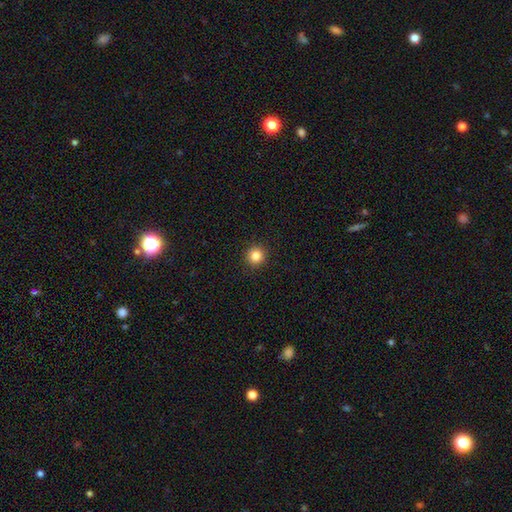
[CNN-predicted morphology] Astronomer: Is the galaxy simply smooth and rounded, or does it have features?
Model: smooth — 84%.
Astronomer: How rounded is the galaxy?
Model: round — 94%.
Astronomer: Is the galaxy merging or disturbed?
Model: none — 93%.